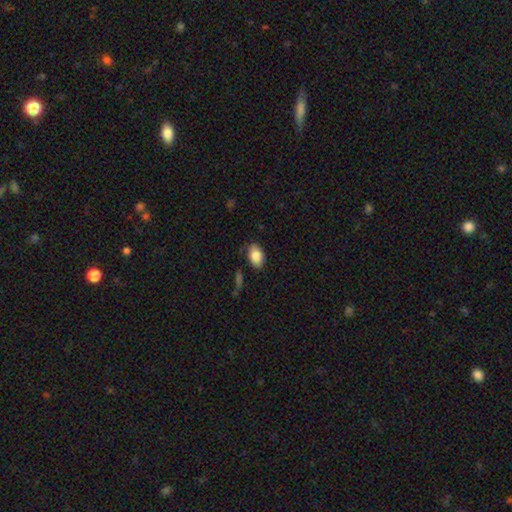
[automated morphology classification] This is clearly a smooth galaxy (84%). How rounded: clearly in between (90%). Merging: clearly none (82%).